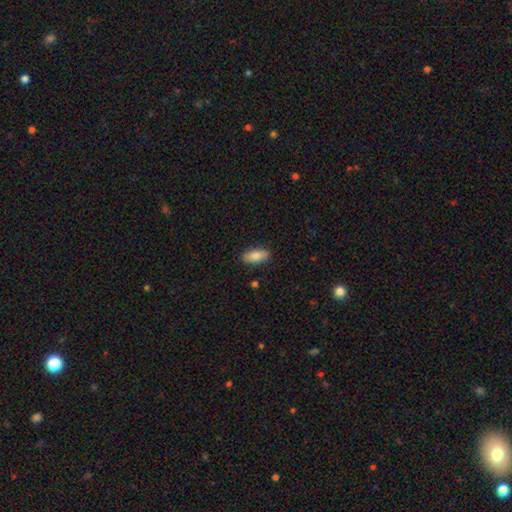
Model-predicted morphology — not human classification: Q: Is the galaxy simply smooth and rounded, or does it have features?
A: smooth — 82%.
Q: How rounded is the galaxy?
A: in between — 82%.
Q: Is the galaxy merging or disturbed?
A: none — 88%.